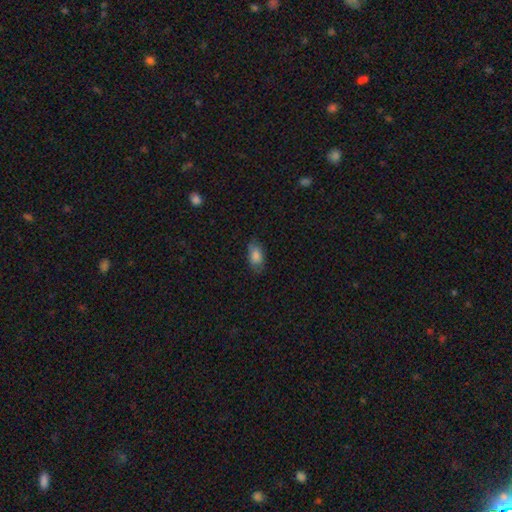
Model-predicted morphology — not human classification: This appears to be a smooth galaxy with no disk features (82%) that is in between round and cigar-shaped (91%). Merging: none (74%).